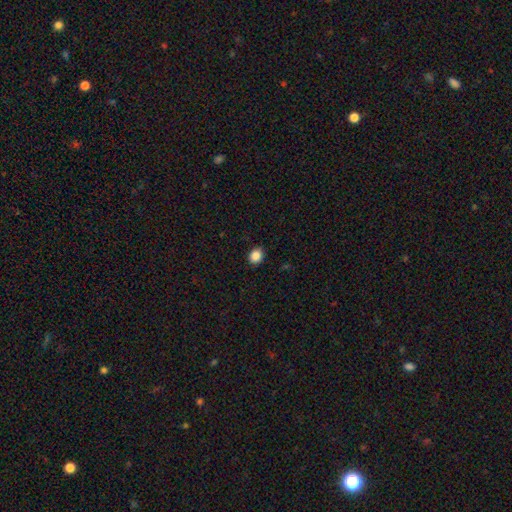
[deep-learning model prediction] Overall: smooth (87%). How rounded: round (62%; in between 37%). Merging: none (90%).